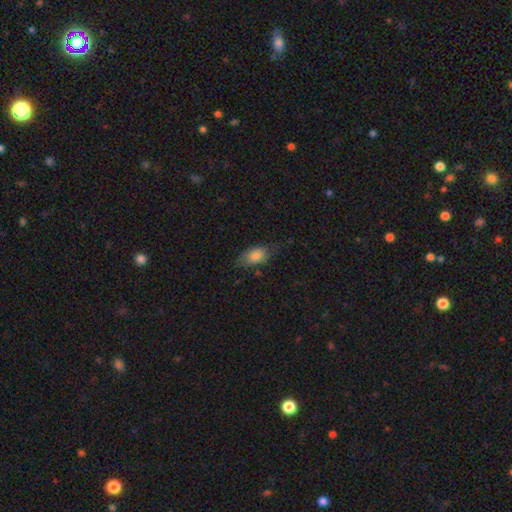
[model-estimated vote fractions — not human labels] smooth-or-featured: smooth: 80% | featured or disk: 12% | star or artifact: 8%
  how-rounded: in between: 88% | cigar-shaped: 6% | round: 5%
  merging: none: 63% | minor disturbance: 28% | major disturbance: 8% | merger: 2%